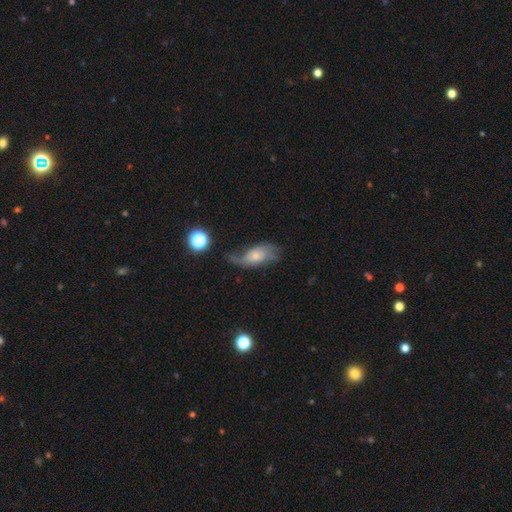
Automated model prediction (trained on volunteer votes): This is possibly a featured or disk galaxy (52%). It is clearly not viewed edge-on (92%). Merging: marginally none (39%).